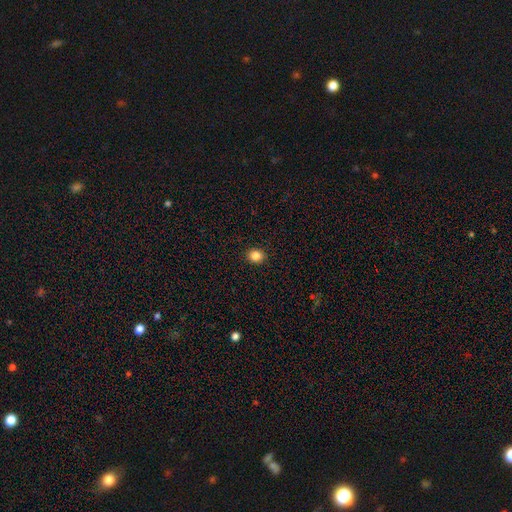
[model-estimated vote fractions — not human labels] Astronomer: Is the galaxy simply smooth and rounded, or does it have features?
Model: smooth — 85%.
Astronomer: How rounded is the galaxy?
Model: round — 80%.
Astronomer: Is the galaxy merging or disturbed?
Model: none — 92%.